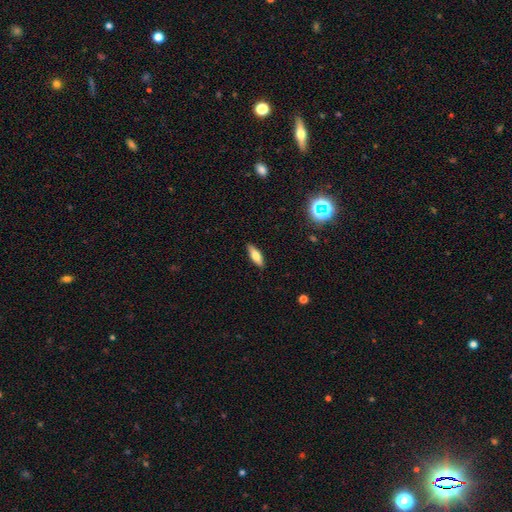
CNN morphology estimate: Overall: smooth (70%). How rounded: in between (57%; cigar-shaped 40%). Merging: none (88%).